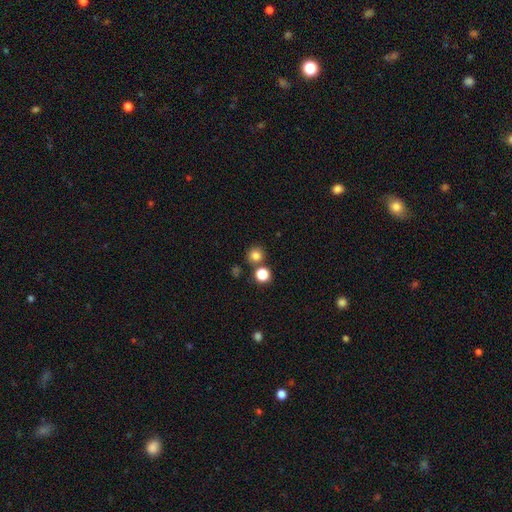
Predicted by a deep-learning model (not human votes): Smooth or featured? Predicted: smooth (p=0.80). How rounded? Predicted: round (p=0.91). Merging? Predicted: none (p=0.74).